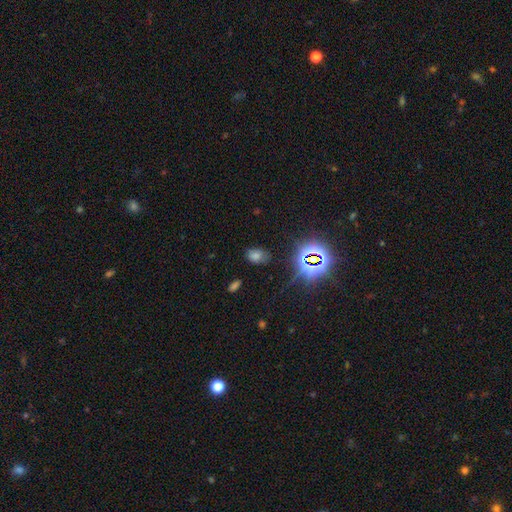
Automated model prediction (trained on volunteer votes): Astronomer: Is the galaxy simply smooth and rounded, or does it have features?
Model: smooth — 47% (runner-up: star or artifact, 43%).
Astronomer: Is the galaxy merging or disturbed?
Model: none — 79%.